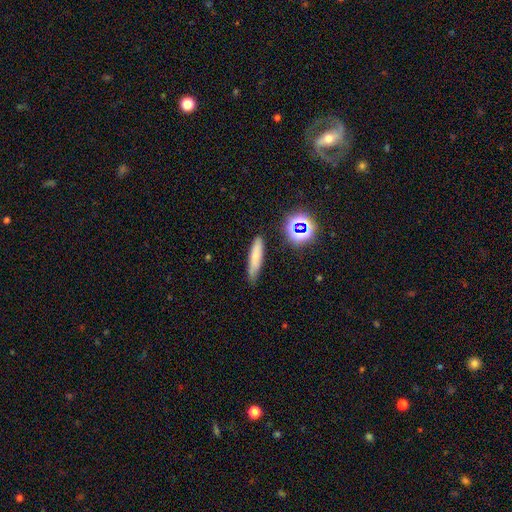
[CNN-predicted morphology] smooth 70%, featured or disk 17%, star or artifact 13%. Down the decision tree: how rounded — cigar-shaped (82%); merging — none (78%).